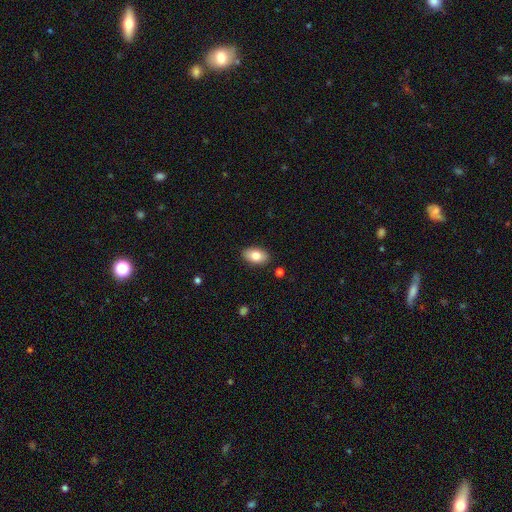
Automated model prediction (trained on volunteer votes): smooth 80%, featured or disk 13%, star or artifact 7%. Down the decision tree: how rounded — in between (92%); merging — none (87%).